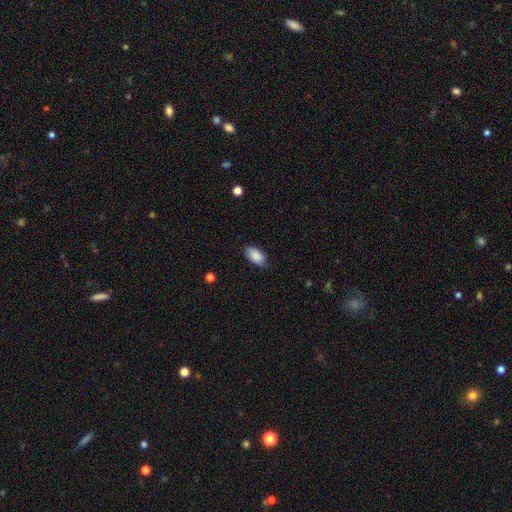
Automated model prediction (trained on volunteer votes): smooth 88%, star or artifact 6%, featured or disk 6%. Down the decision tree: how rounded — in between (94%); merging — none (79%).